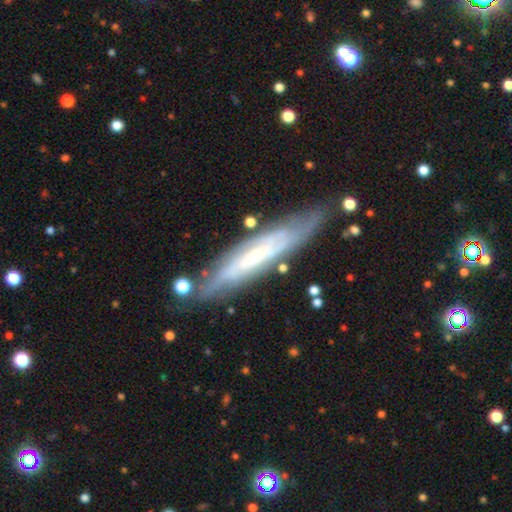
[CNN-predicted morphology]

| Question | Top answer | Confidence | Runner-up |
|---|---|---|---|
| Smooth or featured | featured or disk | 75% | smooth (19%) |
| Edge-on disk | no | 53% | yes (47%) |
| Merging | none | 77% | minor disturbance (16%) |